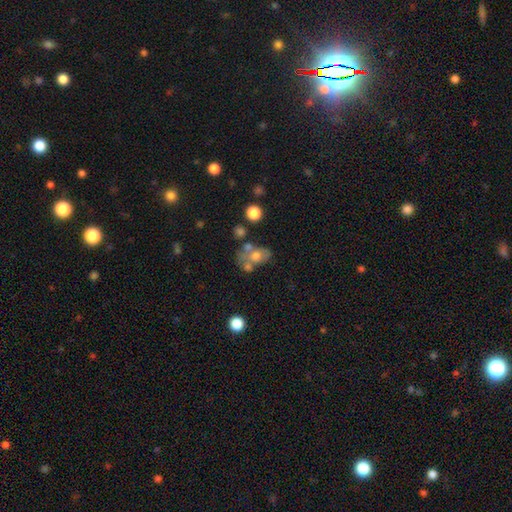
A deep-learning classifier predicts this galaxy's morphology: Q: Smooth or featured?
A: smooth (58%); runner-up: featured or disk (31%)
Q: How rounded?
A: in between (73%); runner-up: round (26%)
Q: Merging?
A: merger (37%); runner-up: none (31%)